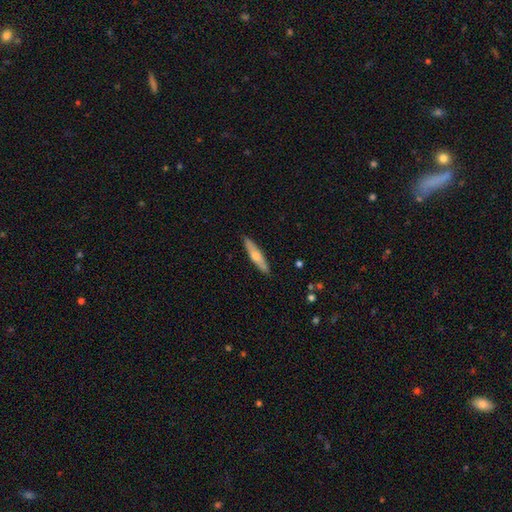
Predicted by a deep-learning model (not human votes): smooth_or_featured: smooth (p=0.50) [alt: featured or disk p=0.44]
how_rounded: cigar-shaped (p=0.85) [alt: in between p=0.13]
merging: none (p=0.89) [alt: minor disturbance p=0.08]